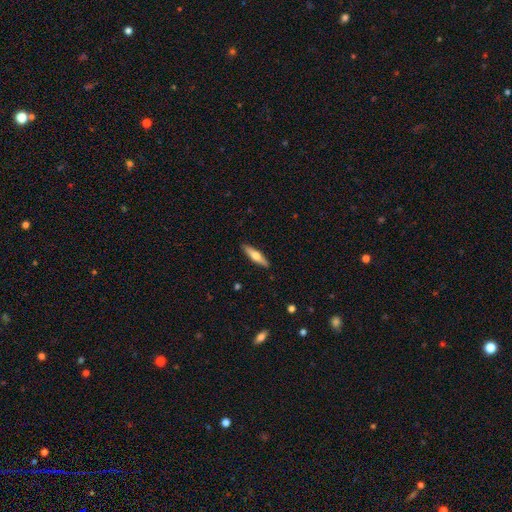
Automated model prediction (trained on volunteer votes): Morphology: type=featured or disk (49%); merging=none (90%).